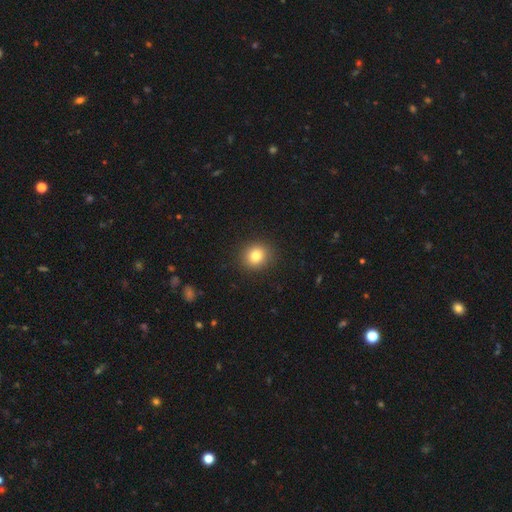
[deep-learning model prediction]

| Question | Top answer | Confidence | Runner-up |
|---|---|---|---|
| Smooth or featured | smooth | 82% | star or artifact (11%) |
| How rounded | round | 83% | in between (16%) |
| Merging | none | 91% | minor disturbance (6%) |